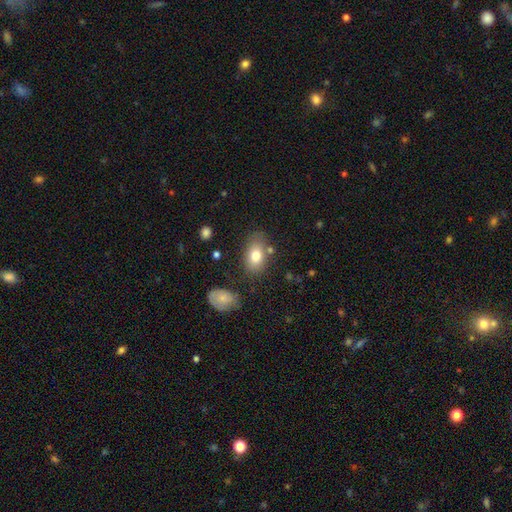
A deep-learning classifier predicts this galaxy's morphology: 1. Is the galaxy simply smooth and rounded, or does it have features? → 77% smooth, 14% featured or disk, 9% star or artifact.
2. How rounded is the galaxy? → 85% in between, 13% round, 2% cigar-shaped.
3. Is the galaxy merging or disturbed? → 69% none, 18% minor disturbance, 7% merger, 5% major disturbance.